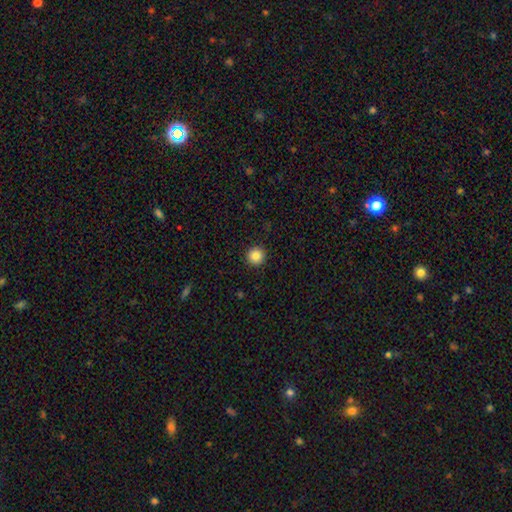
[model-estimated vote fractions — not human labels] smooth-or-featured: smooth: 86% | star or artifact: 10% | featured or disk: 4%
  how-rounded: round: 95% | in between: 4% | cigar-shaped: 1%
  merging: none: 93% | minor disturbance: 5% | major disturbance: 2% | merger: 1%